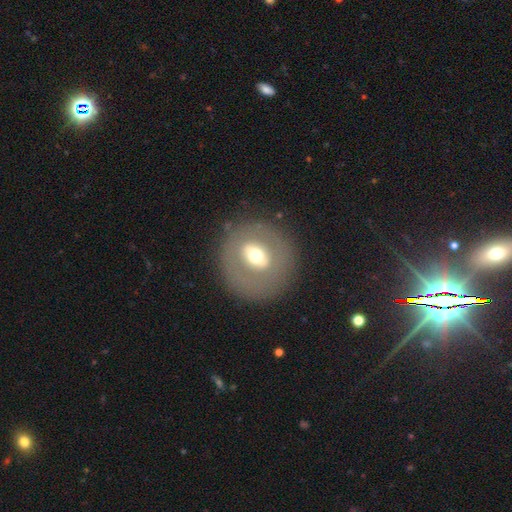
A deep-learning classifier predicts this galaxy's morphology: A featured or disk galaxy (51%).

Vote fractions:
- Smooth or featured? featured or disk: 51% / smooth: 41% / star or artifact: 9%
- Edge-on disk? no: 90% / yes: 10%
- Merging? none: 81% / minor disturbance: 10% / major disturbance: 7% / merger: 1%